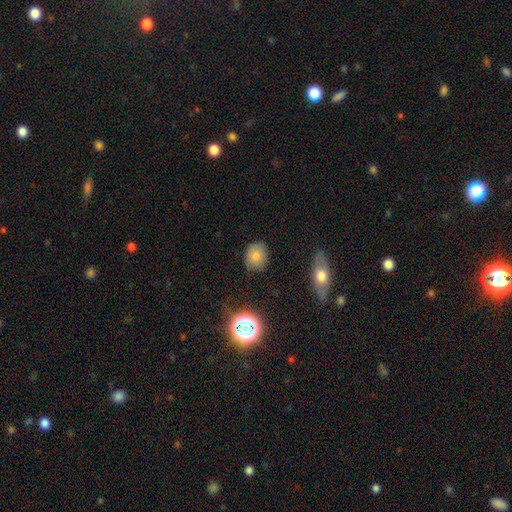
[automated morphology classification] smooth-or-featured: smooth: 77% | star or artifact: 12% | featured or disk: 11%
  how-rounded: round: 57% | in between: 42% | cigar-shaped: 1%
  merging: none: 81% | minor disturbance: 14% | major disturbance: 3% | merger: 2%